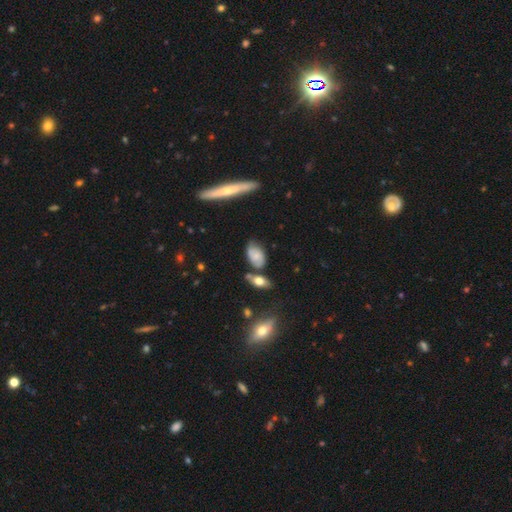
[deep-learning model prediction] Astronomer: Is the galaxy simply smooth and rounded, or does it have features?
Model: smooth — 49% (runner-up: featured or disk, 42%).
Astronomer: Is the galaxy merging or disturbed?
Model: none — 58%.